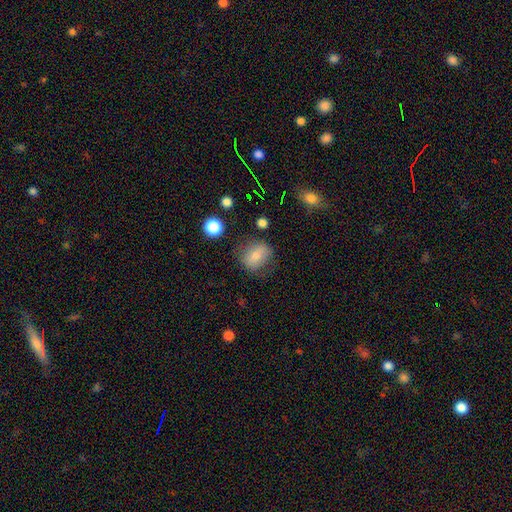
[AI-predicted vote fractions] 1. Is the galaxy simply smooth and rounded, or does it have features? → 73% smooth, 17% featured or disk, 10% star or artifact.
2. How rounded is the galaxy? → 54% round, 45% in between, 1% cigar-shaped.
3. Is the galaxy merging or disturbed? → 67% none, 21% minor disturbance, 9% major disturbance, 3% merger.